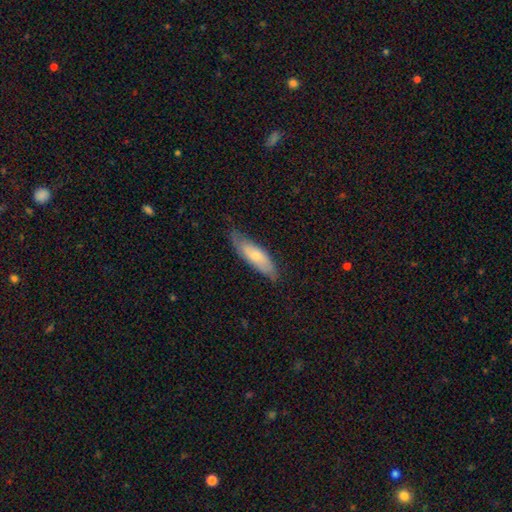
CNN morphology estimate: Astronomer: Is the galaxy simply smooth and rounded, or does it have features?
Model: smooth — 67%.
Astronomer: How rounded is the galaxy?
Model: cigar-shaped — 53% (runner-up: in between, 45%).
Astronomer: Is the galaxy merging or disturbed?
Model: none — 69%.